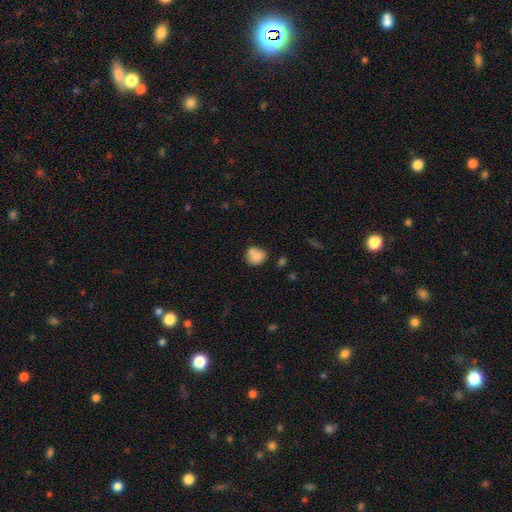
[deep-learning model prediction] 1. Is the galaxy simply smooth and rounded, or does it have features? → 80% smooth, 11% featured or disk, 9% star or artifact.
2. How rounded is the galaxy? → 74% round, 25% in between, 1% cigar-shaped.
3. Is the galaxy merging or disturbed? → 53% none, 24% merger, 17% minor disturbance, 5% major disturbance.